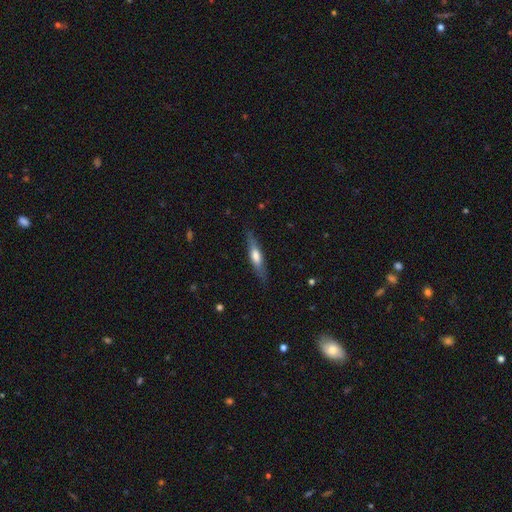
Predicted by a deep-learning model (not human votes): Smooth or featured? smooth (50%)
How rounded? cigar-shaped (79%)
Merging? none (83%)